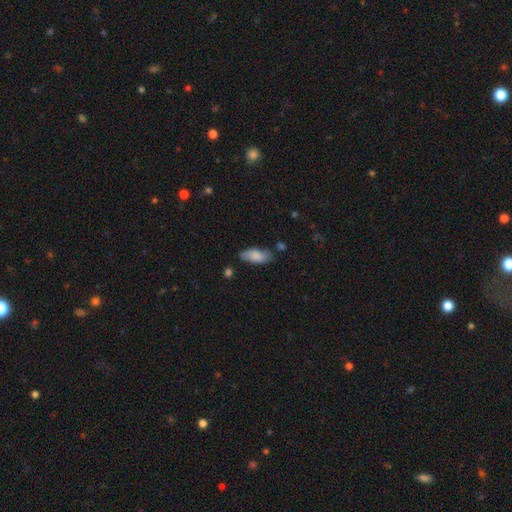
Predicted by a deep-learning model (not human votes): A smooth galaxy with no disk features (81%) that is in between round and cigar-shaped (84%). Merging: none (71%).